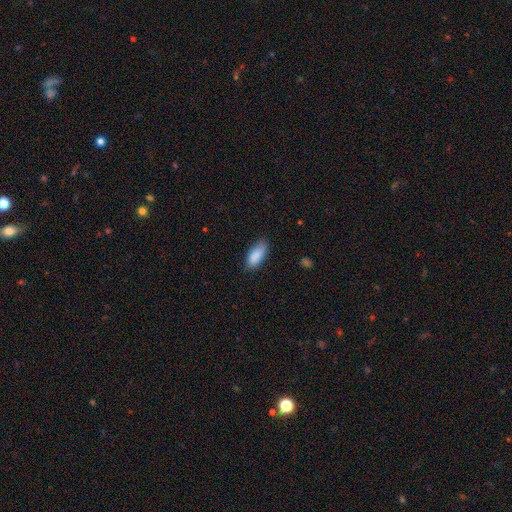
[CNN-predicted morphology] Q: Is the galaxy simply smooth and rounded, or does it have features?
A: smooth — 88%.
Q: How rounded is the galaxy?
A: in between — 85%.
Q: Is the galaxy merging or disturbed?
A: none — 80%.